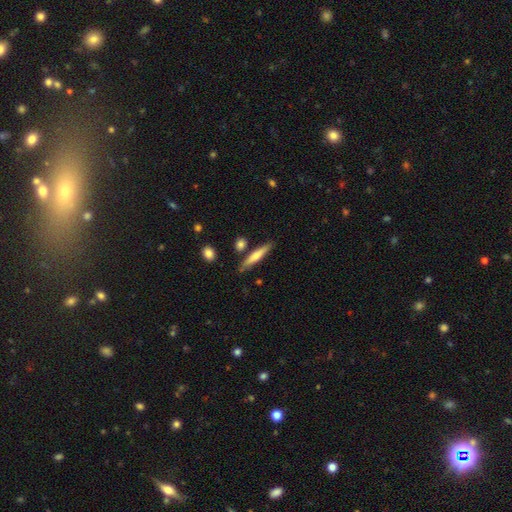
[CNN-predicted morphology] Overall: smooth (61%; featured or disk 34%). How rounded: cigar-shaped (88%). Merging: none (80%).